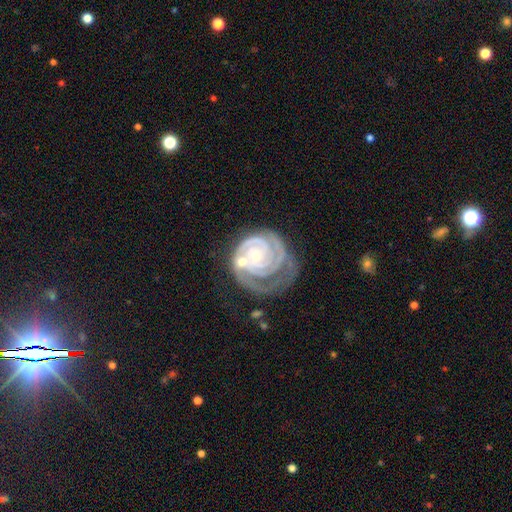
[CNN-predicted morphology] type=featured or disk (89%); edge-on=no (98%); bar=no (74%); spiral arms=yes (98%); winding=tight (81%); arm count=3 (32%); bulge=small (74%); merging=none (47%).